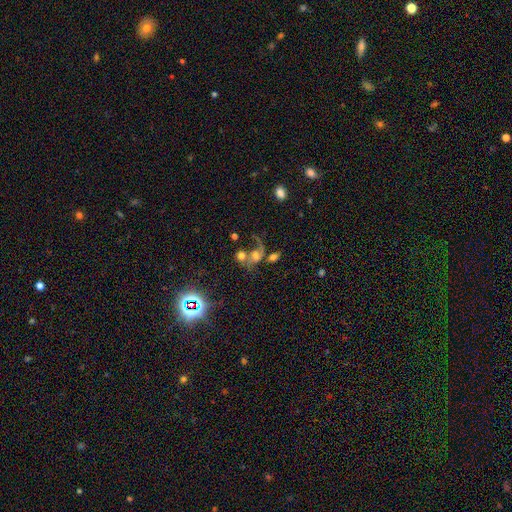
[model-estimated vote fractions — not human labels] A featured or disk galaxy (48%).

Vote fractions:
- Smooth or featured? featured or disk: 48% / smooth: 34% / star or artifact: 18%
- Merging? merger: 50% / major disturbance: 21% / none: 20% / minor disturbance: 9%